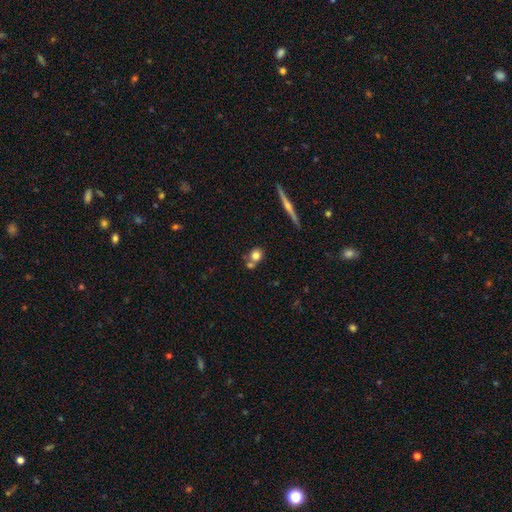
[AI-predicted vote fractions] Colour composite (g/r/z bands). It shows a smooth galaxy with no disk features (75%) that is round (80%). Merging: none (54%).